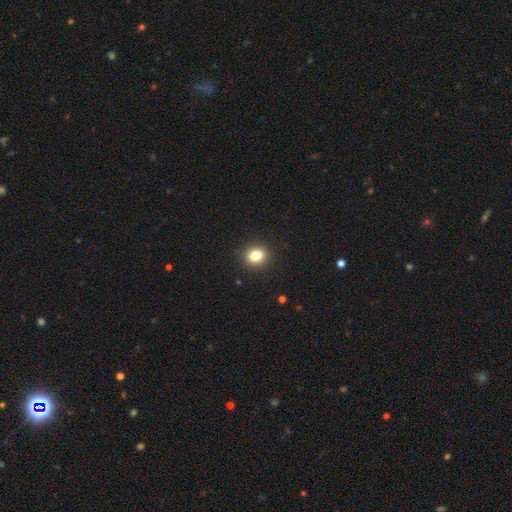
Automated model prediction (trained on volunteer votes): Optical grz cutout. It shows a smooth galaxy with no disk features (83%) that is round (67%). Merging: none (91%).